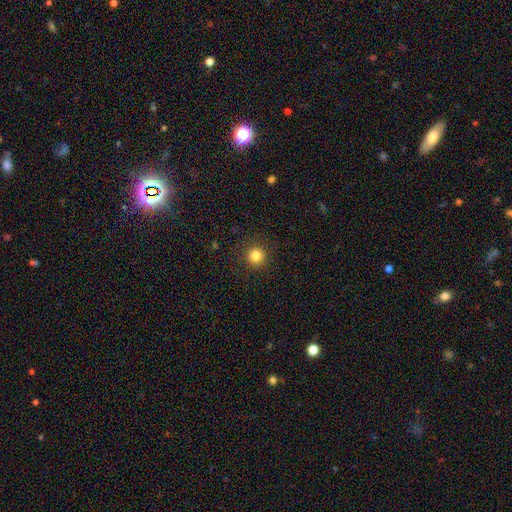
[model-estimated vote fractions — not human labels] A smooth galaxy with no disk features (83%) that is round (96%). Merging: none (91%).